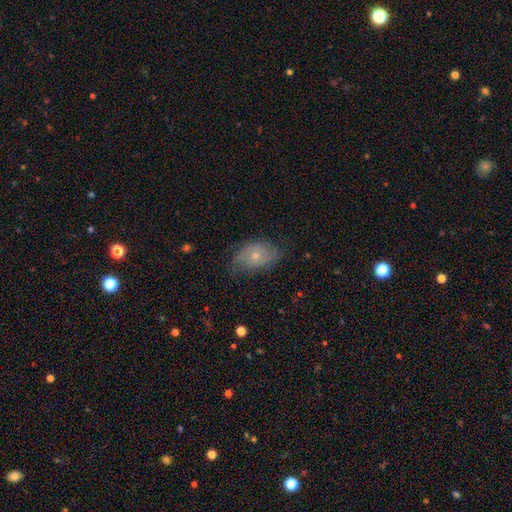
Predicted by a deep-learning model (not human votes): Morphology: type=smooth (51%); roundness=in between (85%); merging=none (65%).